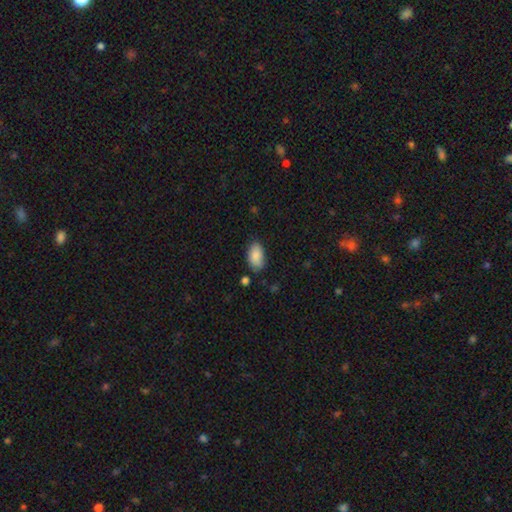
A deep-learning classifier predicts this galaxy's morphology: Q: Smooth or featured?
A: smooth (88%); runner-up: star or artifact (7%)
Q: How rounded?
A: in between (94%); runner-up: round (4%)
Q: Merging?
A: none (78%); runner-up: minor disturbance (16%)